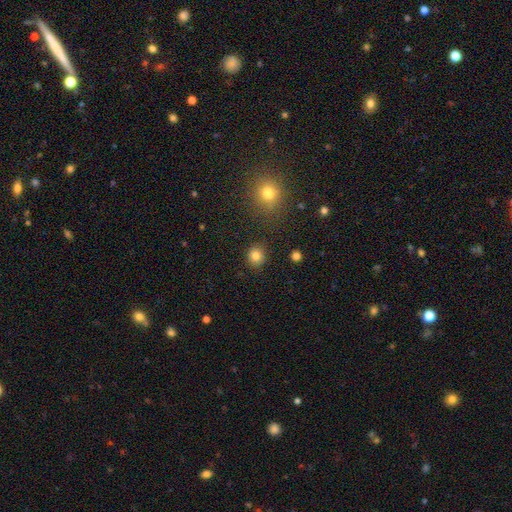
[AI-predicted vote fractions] This is clearly a smooth galaxy (83%). How rounded: clearly round (87%). Merging: clearly none (89%).